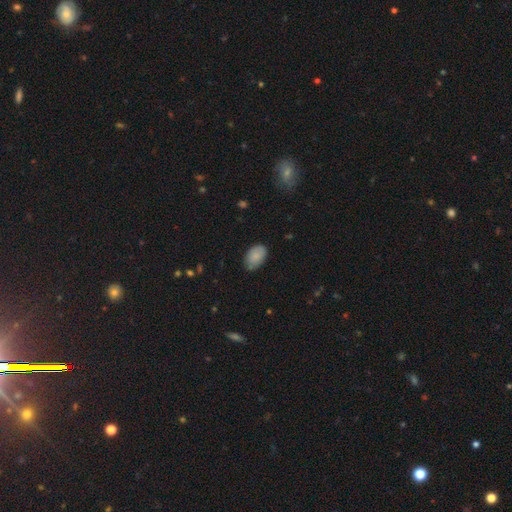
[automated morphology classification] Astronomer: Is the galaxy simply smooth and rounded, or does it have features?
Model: smooth — 85%.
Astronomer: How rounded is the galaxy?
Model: in between — 90%.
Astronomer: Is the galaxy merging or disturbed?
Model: none — 71%.